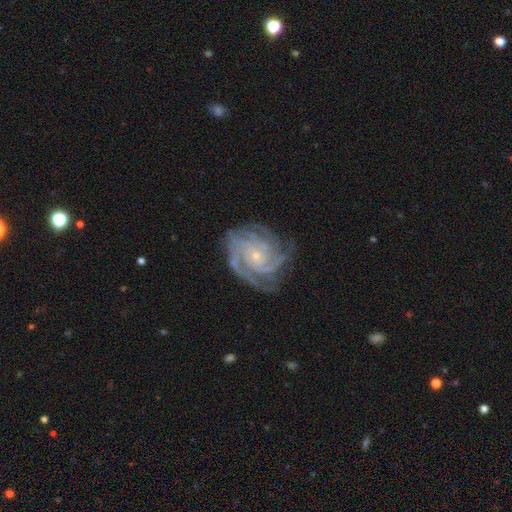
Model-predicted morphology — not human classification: A featured or disk galaxy (91%) with no bar (75%), 4 (28%, tied with 3) tight (72%) spiral arms (98%) and a small central bulge (84%). Merging: none (73%).